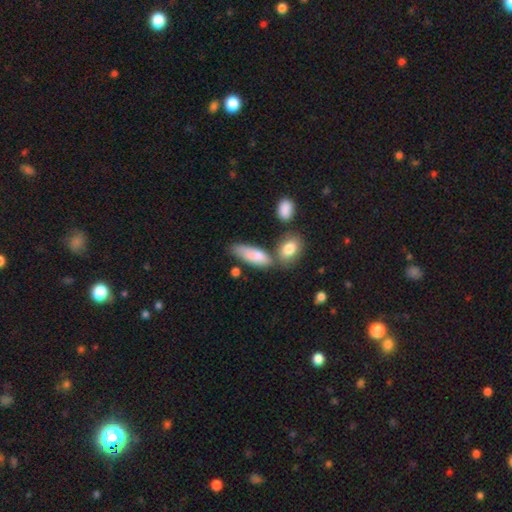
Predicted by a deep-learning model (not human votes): Smooth or featured? Predicted: smooth (p=0.79). How rounded? Predicted: in between (p=0.71). Merging? Predicted: none (p=0.46).